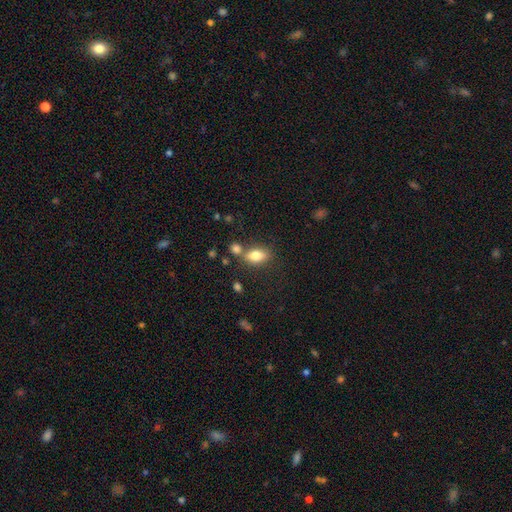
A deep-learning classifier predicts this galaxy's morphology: A smooth galaxy with no disk features (80%) that is in between round and cigar-shaped (84%).

Vote fractions:
- Smooth or featured? smooth: 80% / featured or disk: 12% / star or artifact: 9%
- How rounded? in between: 84% / round: 11% / cigar-shaped: 5%
- Merging? none: 62% / merger: 20% / minor disturbance: 13% / major disturbance: 4%